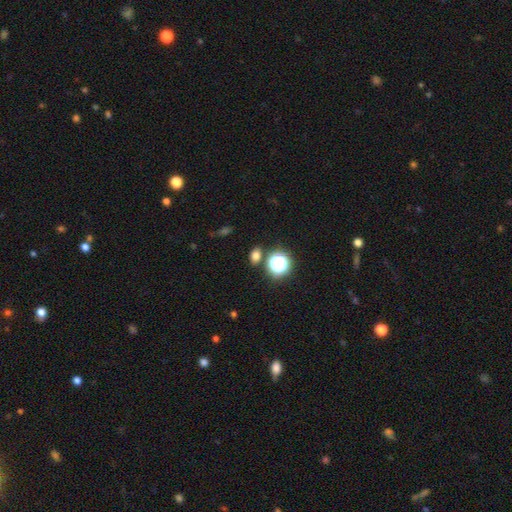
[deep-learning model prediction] Smooth or featured?
  - smooth: 71% *
  - star or artifact: 23%
  - featured or disk: 7%
How rounded?
  - in between: 61% *
  - round: 37%
  - cigar-shaped: 2%
Merging?
  - none: 81% *
  - minor disturbance: 9%
  - merger: 7%
  - major disturbance: 3%